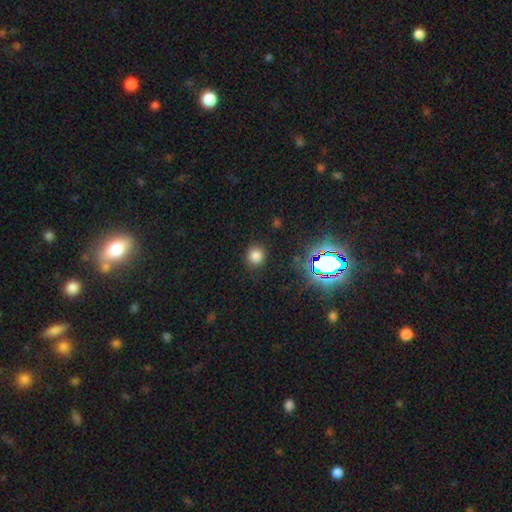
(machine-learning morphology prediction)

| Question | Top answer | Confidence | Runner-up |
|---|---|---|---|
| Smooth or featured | smooth | 76% | star or artifact (19%) |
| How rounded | round | 88% | in between (11%) |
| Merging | none | 87% | minor disturbance (8%) |